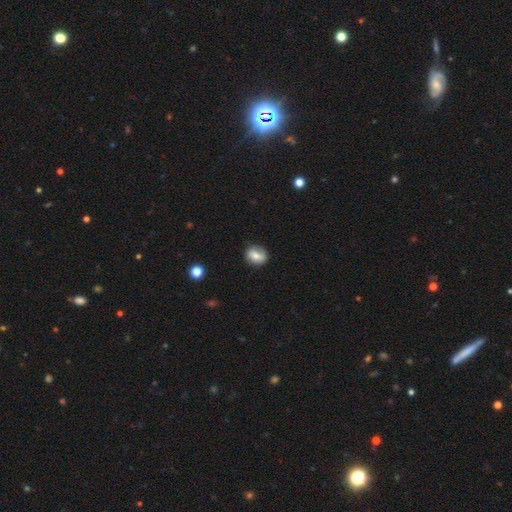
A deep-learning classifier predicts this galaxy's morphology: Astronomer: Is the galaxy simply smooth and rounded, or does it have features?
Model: smooth — 61%.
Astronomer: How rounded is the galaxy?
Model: round — 62%.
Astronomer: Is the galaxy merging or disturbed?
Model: none — 77%.